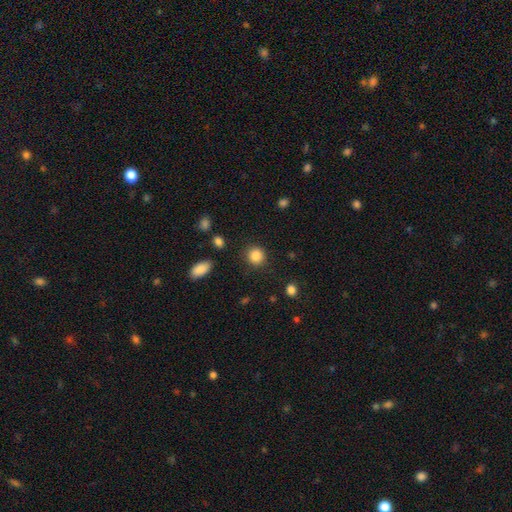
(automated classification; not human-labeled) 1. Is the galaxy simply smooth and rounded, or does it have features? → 86% smooth, 9% star or artifact, 4% featured or disk.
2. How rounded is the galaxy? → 88% round, 11% in between, 1% cigar-shaped.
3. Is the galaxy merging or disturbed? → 88% none, 8% minor disturbance, 3% major disturbance, 2% merger.